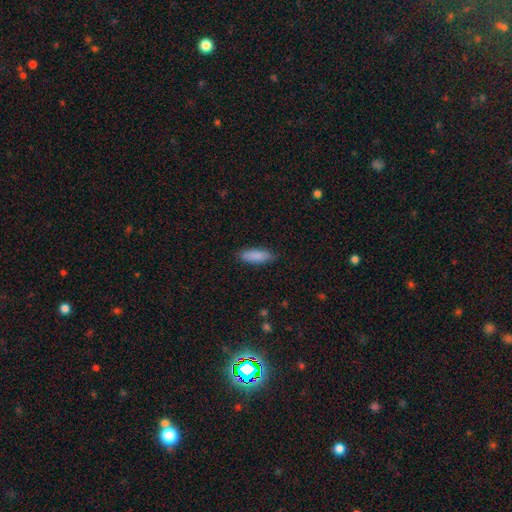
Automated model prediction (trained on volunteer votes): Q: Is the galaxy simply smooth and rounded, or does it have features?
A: smooth — 88%.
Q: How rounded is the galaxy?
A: in between — 57%.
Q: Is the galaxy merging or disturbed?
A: none — 87%.